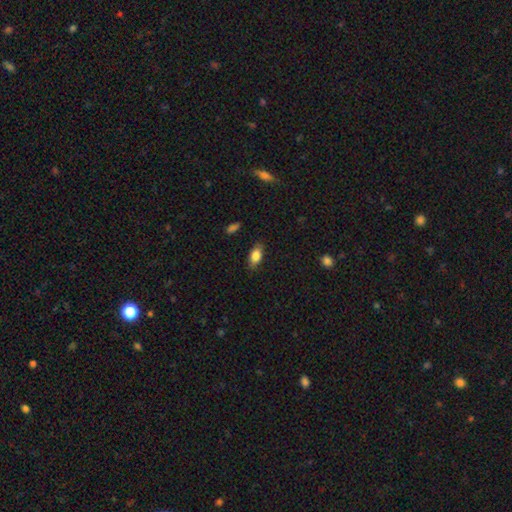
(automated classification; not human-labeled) The model was most divided on "merging": none: 83%, minor disturbance: 13%, major disturbance: 3%, merger: 1%. More confident: how rounded — in between (87%); smooth or featured — smooth (82%).